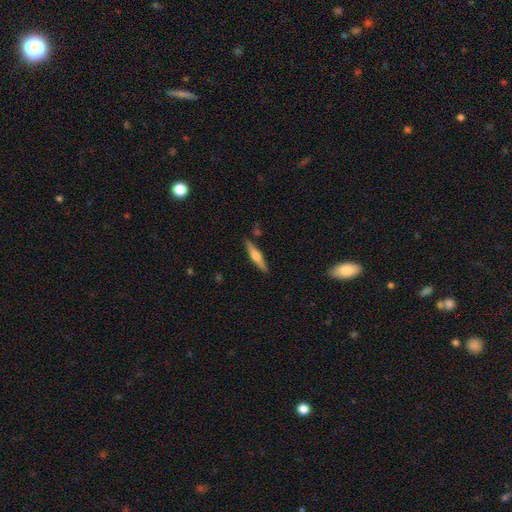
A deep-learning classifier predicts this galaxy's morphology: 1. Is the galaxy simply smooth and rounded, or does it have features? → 59% featured or disk, 36% smooth, 6% star or artifact.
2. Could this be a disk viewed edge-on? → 97% yes, 3% no.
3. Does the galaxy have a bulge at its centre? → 83% rounded, 12% boxy, 5% none.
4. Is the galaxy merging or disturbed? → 87% none, 9% minor disturbance, 2% merger, 2% major disturbance.